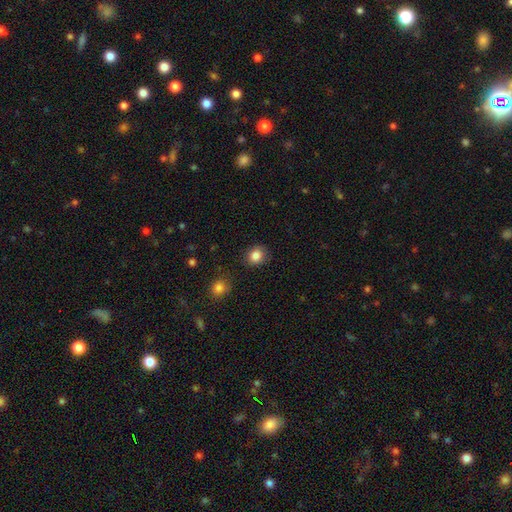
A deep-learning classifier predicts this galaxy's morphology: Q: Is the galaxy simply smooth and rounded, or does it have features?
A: smooth — 85%.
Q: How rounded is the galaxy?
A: round — 74%.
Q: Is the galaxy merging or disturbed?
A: none — 86%.